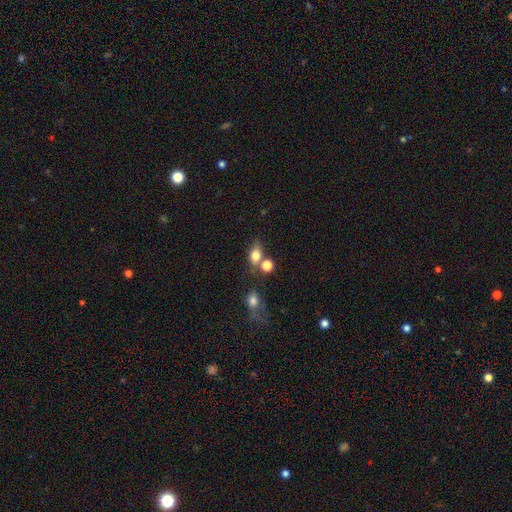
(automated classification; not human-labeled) Smooth or featured? smooth (75%)
How rounded? in between (65%)
Merging? none (48%)